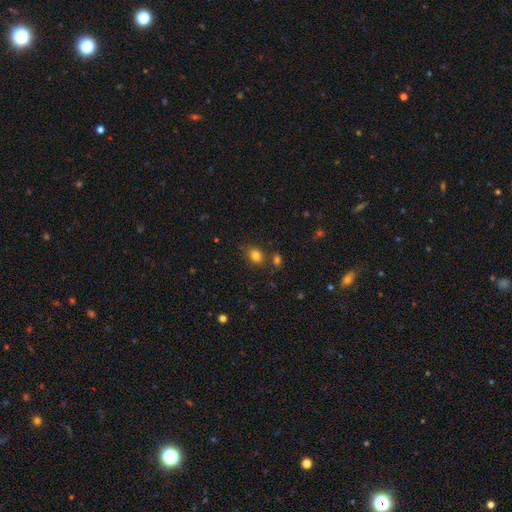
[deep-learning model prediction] A smooth galaxy with no disk features (81%) that is in between round and cigar-shaped (54%).

Vote fractions:
- Smooth or featured? smooth: 81% / star or artifact: 13% / featured or disk: 7%
- How rounded? in between: 54% / round: 45% / cigar-shaped: 1%
- Merging? none: 71% / minor disturbance: 14% / merger: 10% / major disturbance: 4%